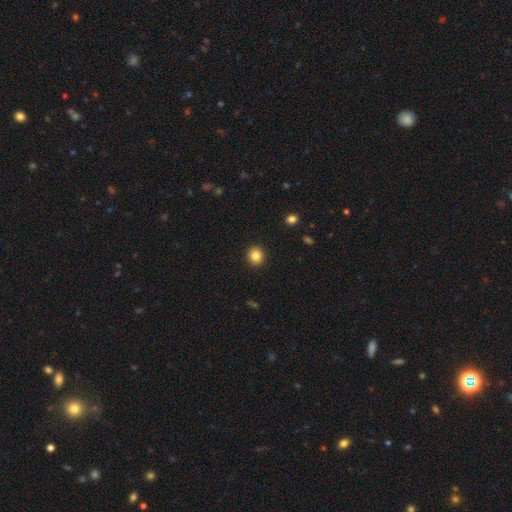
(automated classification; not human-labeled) Morphology: type=smooth (84%); roundness=round (86%); merging=none (92%).